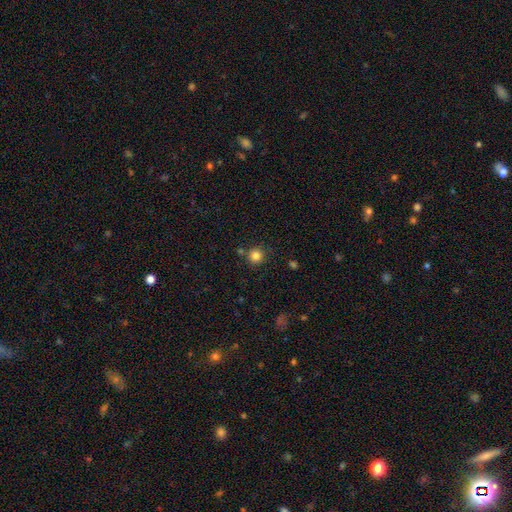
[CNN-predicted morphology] Smooth or featured?
  - smooth: 82% *
  - star or artifact: 12%
  - featured or disk: 5%
How rounded?
  - round: 93% *
  - in between: 6%
  - cigar-shaped: 1%
Merging?
  - none: 81% *
  - minor disturbance: 9%
  - merger: 8%
  - major disturbance: 3%